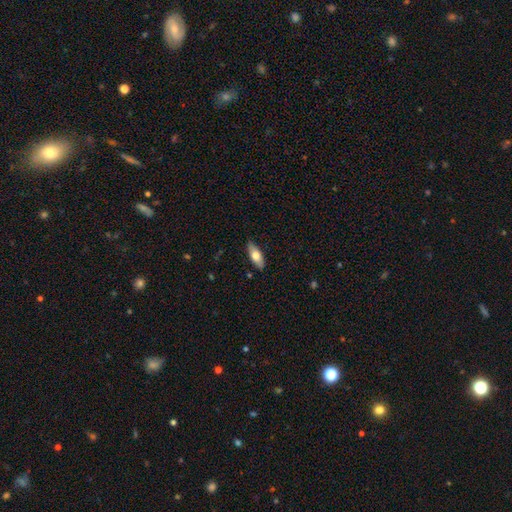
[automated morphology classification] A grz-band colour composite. It shows a smooth galaxy with no disk features (67%) that is in between round and cigar-shaped (77%). Merging: none (86%).